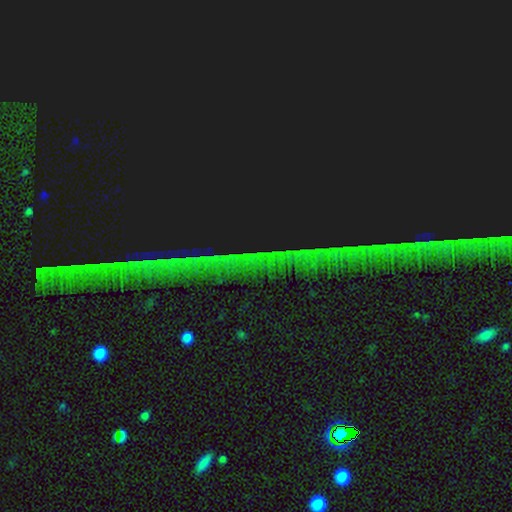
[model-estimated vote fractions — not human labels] Q: Smooth or featured?
A: star or artifact (85%); runner-up: smooth (8%)